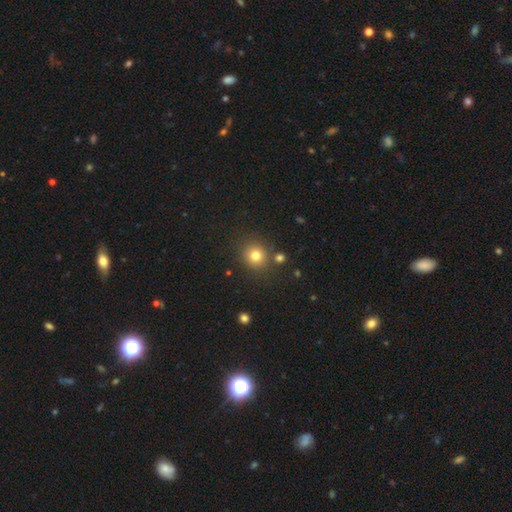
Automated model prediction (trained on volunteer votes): Q: Smooth or featured?
A: smooth (79%); runner-up: star or artifact (14%)
Q: How rounded?
A: round (88%); runner-up: in between (11%)
Q: Merging?
A: none (82%); runner-up: minor disturbance (8%)